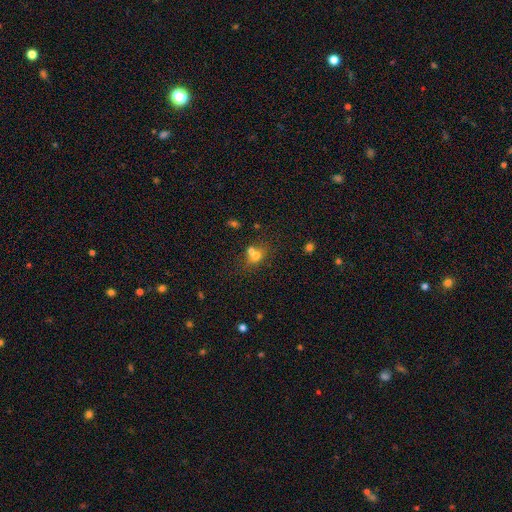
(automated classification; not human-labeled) smooth 64%, star or artifact 18%, featured or disk 18%. Down the decision tree: how rounded — round (59%); merging — merger (49%).